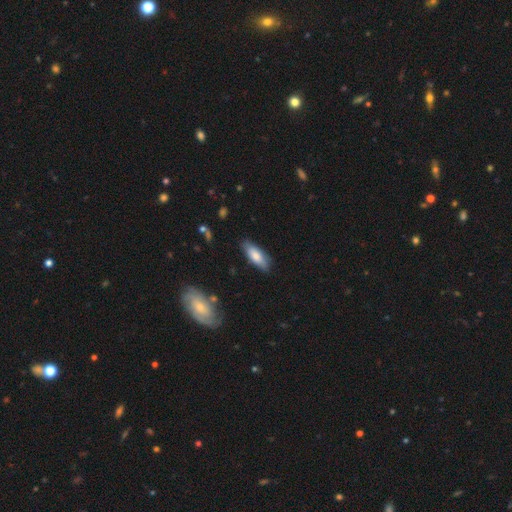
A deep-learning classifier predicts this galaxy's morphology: Smooth or featured? smooth (78%)
How rounded? in between (68%)
Merging? none (81%)